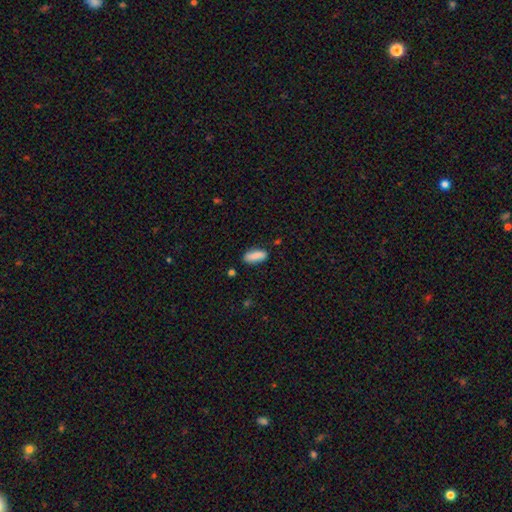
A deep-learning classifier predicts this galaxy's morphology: This is clearly a smooth galaxy (88%). How rounded: likely in between (79%). Merging: clearly none (82%).